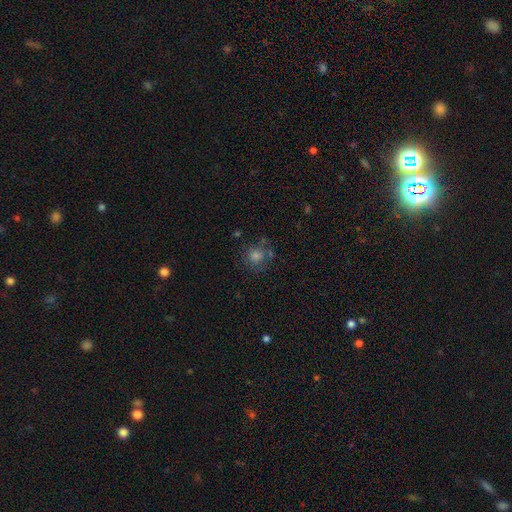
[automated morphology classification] Smooth or featured?
  - smooth: 63% *
  - star or artifact: 21%
  - featured or disk: 16%
How rounded?
  - round: 87% *
  - in between: 12%
  - cigar-shaped: 1%
Merging?
  - none: 70% *
  - minor disturbance: 15%
  - major disturbance: 8%
  - merger: 7%